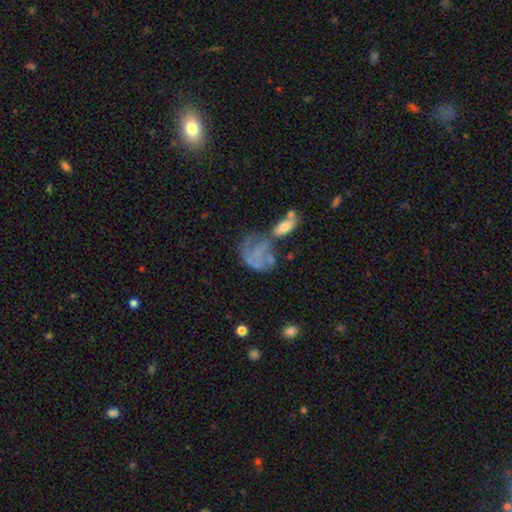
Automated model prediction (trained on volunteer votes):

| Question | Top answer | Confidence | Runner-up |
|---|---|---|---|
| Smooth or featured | smooth | 46% | featured or disk (43%) |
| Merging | major disturbance | 39% | none (24%) |